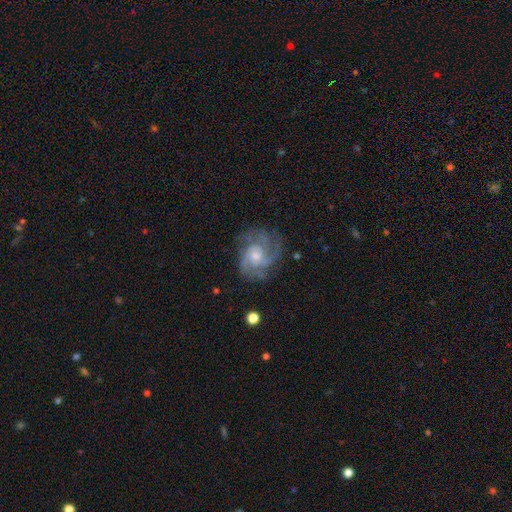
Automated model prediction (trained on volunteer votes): Morphology: type=featured or disk (86%); edge-on=no (98%); bar=no (69%); spiral arms=yes (97%); winding=tight (48%); arm count=3 (41%); bulge=small (46%); merging=none (72%).